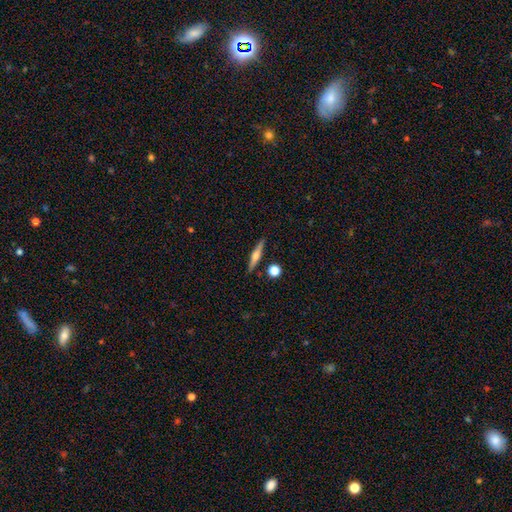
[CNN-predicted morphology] Smooth or featured?
  - featured or disk: 60% *
  - smooth: 33%
  - star or artifact: 7%
Edge-on disk?
  - yes: 97% *
  - no: 3%
Edge-on bulge?
  - rounded: 88% *
  - boxy: 7%
  - none: 5%
Merging?
  - none: 87% *
  - minor disturbance: 7%
  - merger: 4%
  - major disturbance: 2%